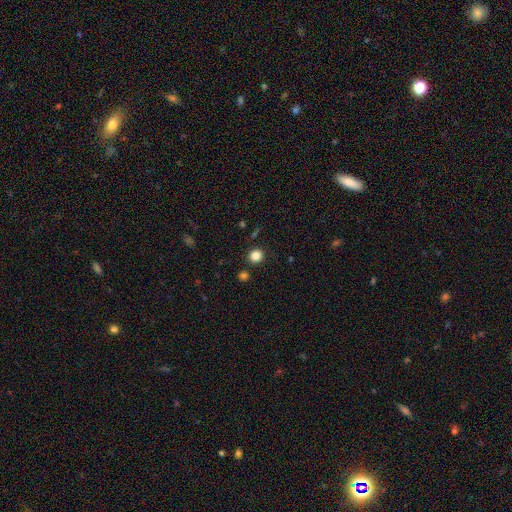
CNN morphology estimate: The model was most divided on "smooth or featured": smooth: 84%, star or artifact: 12%, featured or disk: 4%. More confident: merging — none (88%); how rounded — round (88%).